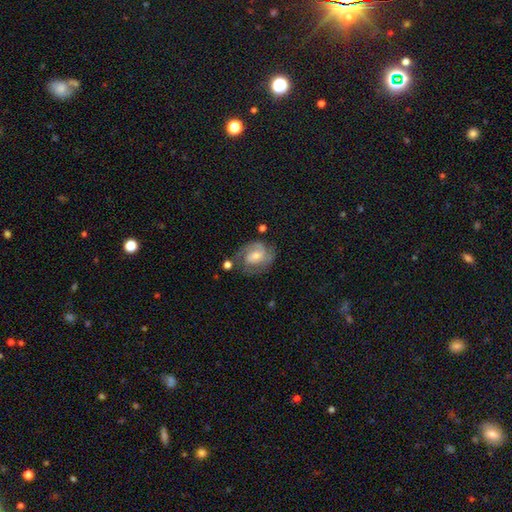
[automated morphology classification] Smooth or featured? Predicted: featured or disk (p=0.73). Edge-on disk? Predicted: no (p=0.97). Bar? Predicted: no (p=0.47). Spiral arms? Predicted: yes (p=0.91). Spiral winding? Predicted: tight (p=0.44). Spiral arm count? Predicted: 2 (p=0.54). Bulge size? Predicted: small (p=0.50). Merging? Predicted: none (p=0.57).